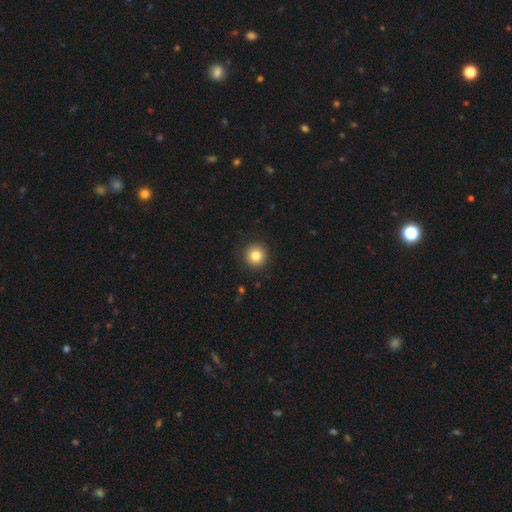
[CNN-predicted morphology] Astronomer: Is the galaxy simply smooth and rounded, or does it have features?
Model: smooth — 84%.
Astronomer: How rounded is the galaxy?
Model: round — 95%.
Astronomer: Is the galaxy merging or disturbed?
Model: none — 92%.